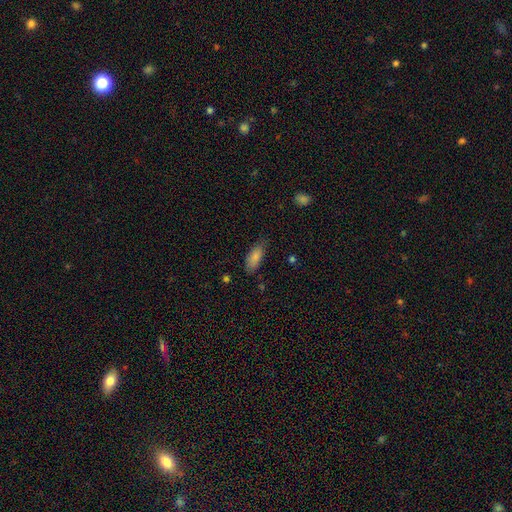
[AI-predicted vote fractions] Smooth or featured?
  - smooth: 84% *
  - featured or disk: 9%
  - star or artifact: 7%
How rounded?
  - in between: 82% *
  - cigar-shaped: 16%
  - round: 2%
Merging?
  - none: 73% *
  - minor disturbance: 21%
  - major disturbance: 4%
  - merger: 1%